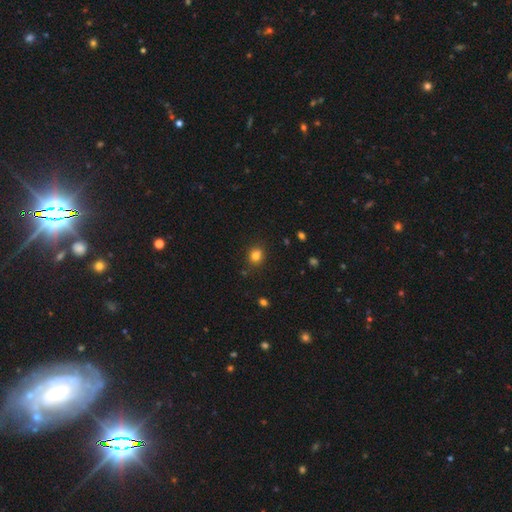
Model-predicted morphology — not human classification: This appears to be a smooth galaxy with no disk features (80%) that is round (73%). Merging: none (81%).